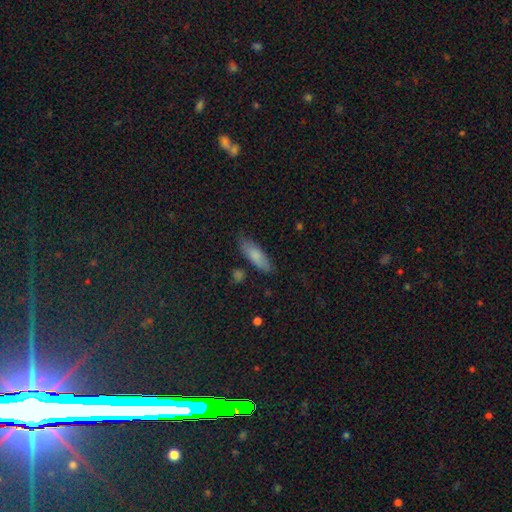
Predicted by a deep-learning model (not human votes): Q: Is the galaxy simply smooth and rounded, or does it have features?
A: smooth — 80%.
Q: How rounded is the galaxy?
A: in between — 53%.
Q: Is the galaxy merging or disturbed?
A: none — 80%.